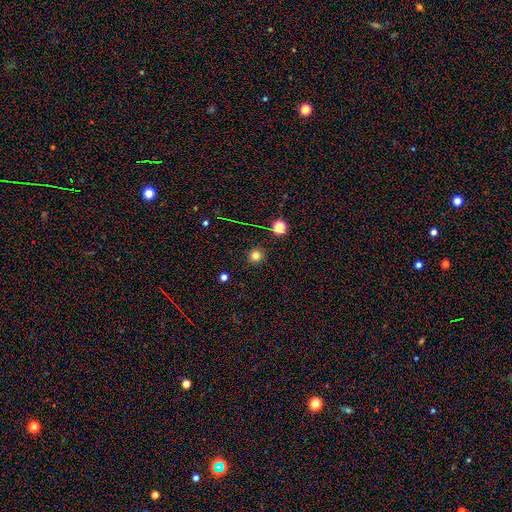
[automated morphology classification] The model was most divided on "smooth or featured": smooth: 78%, star or artifact: 17%, featured or disk: 6%. More confident: how rounded — round (95%); merging — none (91%).